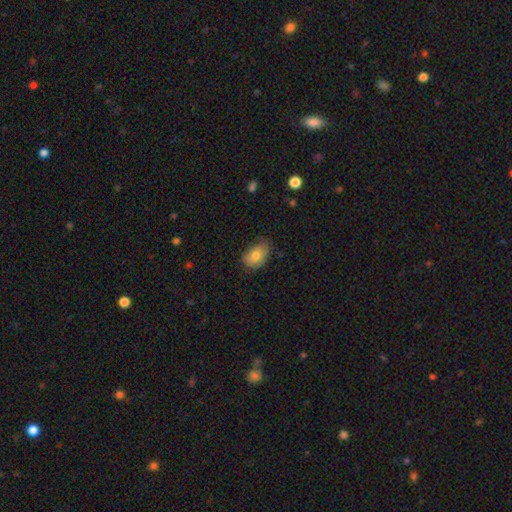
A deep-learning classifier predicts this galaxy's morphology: Overall: smooth (77%). How rounded: in between (83%). Merging: none (61%; minor disturbance 32%).